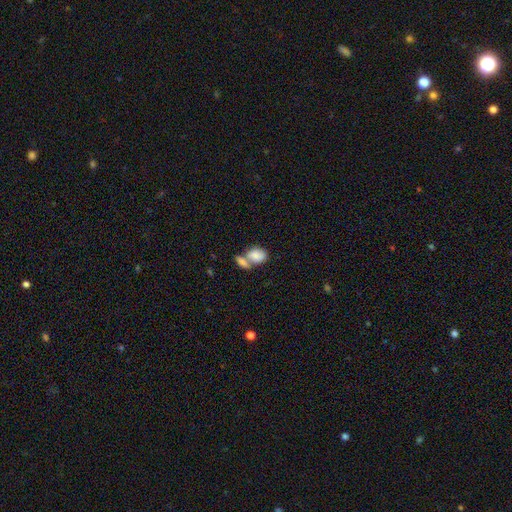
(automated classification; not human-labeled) Smooth or featured: smooth — 79% (featured or disk — 14%)
How rounded: in between — 77% (round — 22%)
Merging: merger — 63% (none — 23%)